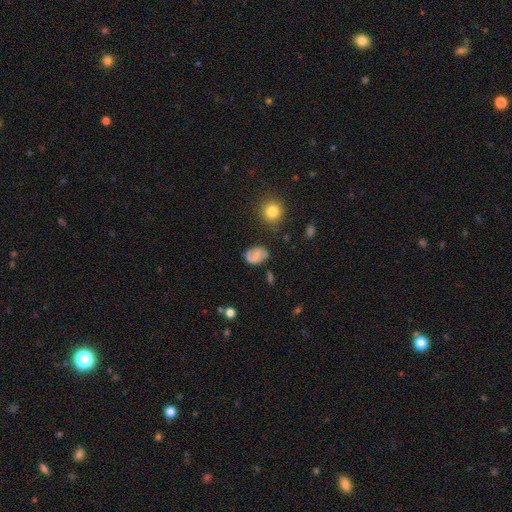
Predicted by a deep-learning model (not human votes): Morphology: type=featured or disk (55%); edge-on=no (97%); bar=weak (45%); spiral arms=yes (82%); bulge=small (41%); merging=none (70%).